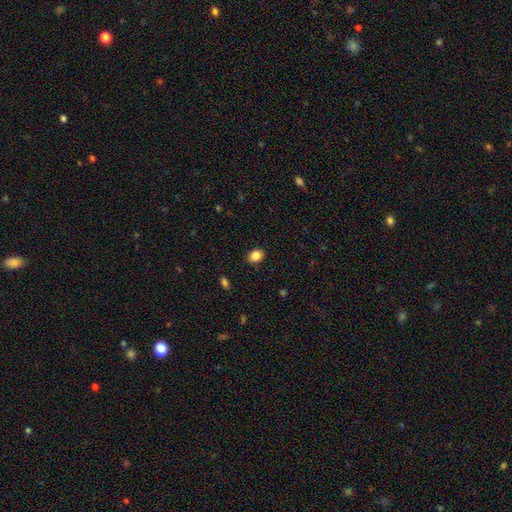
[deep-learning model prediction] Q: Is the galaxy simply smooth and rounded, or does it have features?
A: smooth — 86%.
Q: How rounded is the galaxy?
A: in between — 57%.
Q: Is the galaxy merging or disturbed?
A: none — 89%.